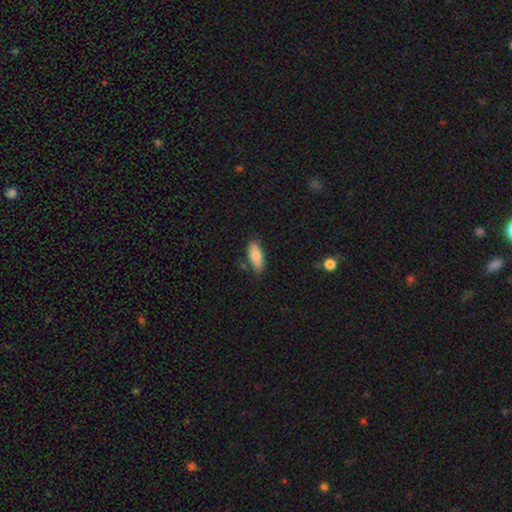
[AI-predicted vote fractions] A smooth galaxy with no disk features (79%) that is in between round and cigar-shaped (80%). Merging: none (81%).